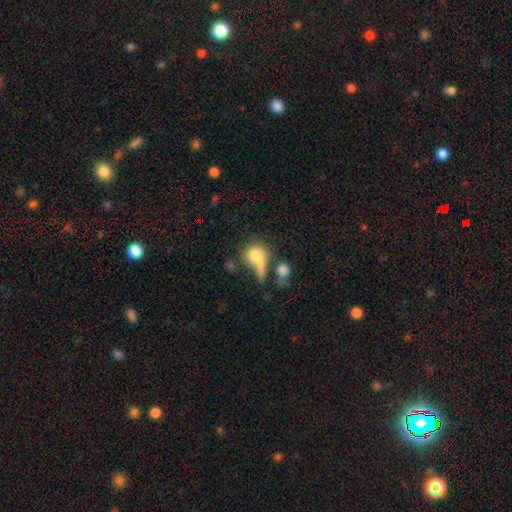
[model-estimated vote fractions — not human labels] Morphology: type=smooth (73%); roundness=round (67%); merging=merger (35%).